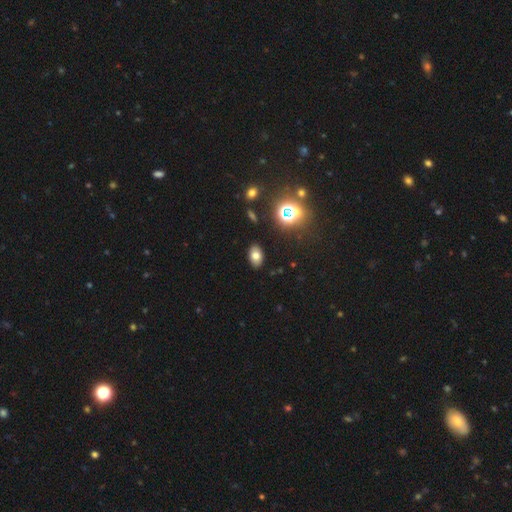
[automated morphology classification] smooth_or_featured: smooth (p=0.71) [alt: star or artifact p=0.16]
how_rounded: in between (p=0.89) [alt: round p=0.09]
merging: none (p=0.88) [alt: minor disturbance p=0.08]